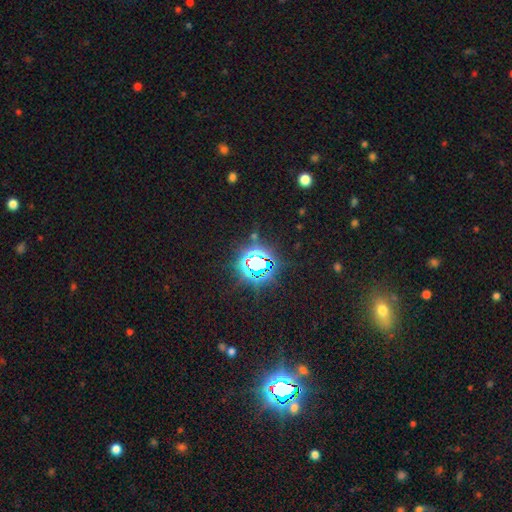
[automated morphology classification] A star or artifact, not a galaxy (80%).